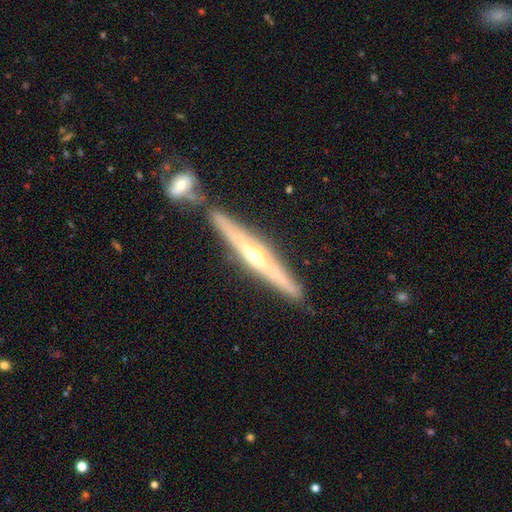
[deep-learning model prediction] A featured or disk galaxy (77%) viewed edge-on (94%) with a rounded central bulge (85%). Merging: none (75%).